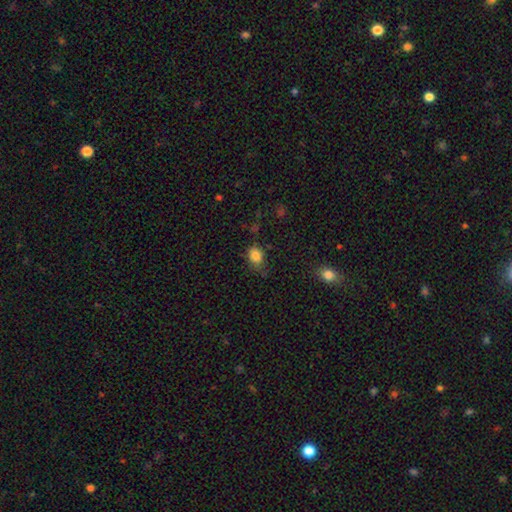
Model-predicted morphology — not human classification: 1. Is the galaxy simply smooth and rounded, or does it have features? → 83% smooth, 11% star or artifact, 6% featured or disk.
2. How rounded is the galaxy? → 60% in between, 39% round, 1% cigar-shaped.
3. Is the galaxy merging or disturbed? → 62% none, 27% minor disturbance, 8% major disturbance, 3% merger.